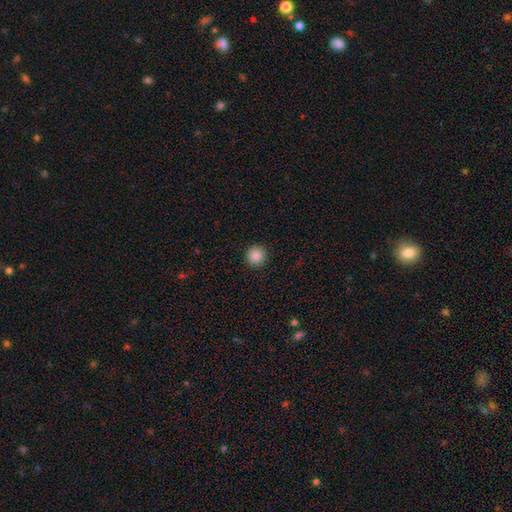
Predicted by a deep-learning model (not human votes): Smooth or featured?
  - smooth: 86% *
  - star or artifact: 10%
  - featured or disk: 4%
How rounded?
  - round: 95% *
  - in between: 4%
  - cigar-shaped: 1%
Merging?
  - none: 93% *
  - minor disturbance: 5%
  - major disturbance: 2%
  - merger: 1%